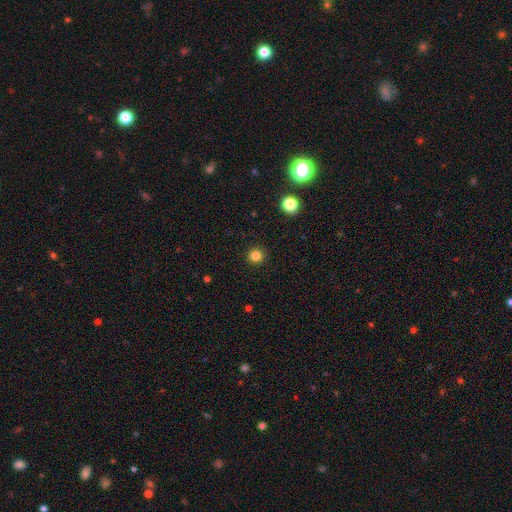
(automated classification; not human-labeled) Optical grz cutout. It shows a smooth galaxy with no disk features (83%) that is round (96%). Merging: none (93%).